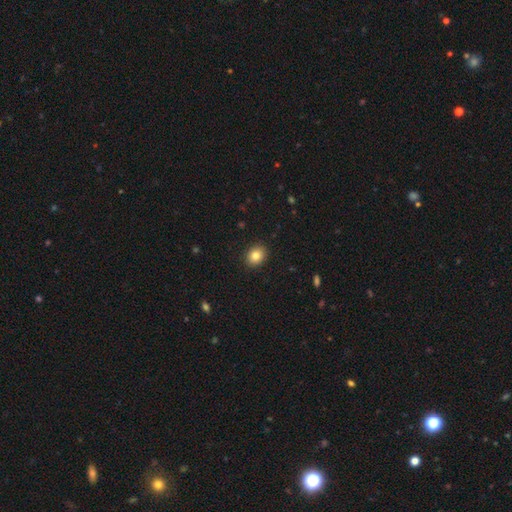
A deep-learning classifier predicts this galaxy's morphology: Smooth or featured? Predicted: smooth (p=0.83). How rounded? Predicted: round (p=0.55). Merging? Predicted: none (p=0.91).